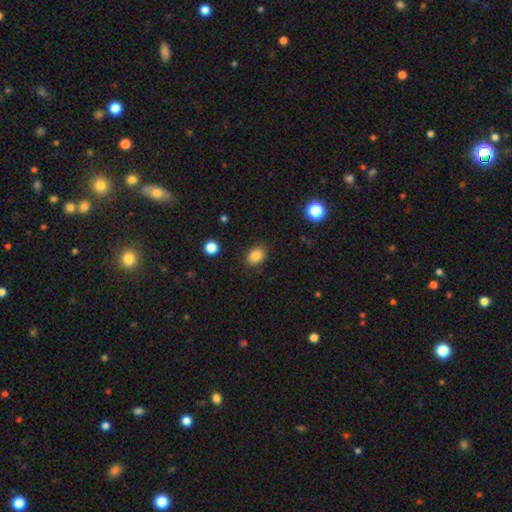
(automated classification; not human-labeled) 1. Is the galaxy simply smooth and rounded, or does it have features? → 85% smooth, 10% star or artifact, 5% featured or disk.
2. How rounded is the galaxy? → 69% in between, 30% round, 1% cigar-shaped.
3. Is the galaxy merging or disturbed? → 85% none, 11% minor disturbance, 3% major disturbance, 1% merger.